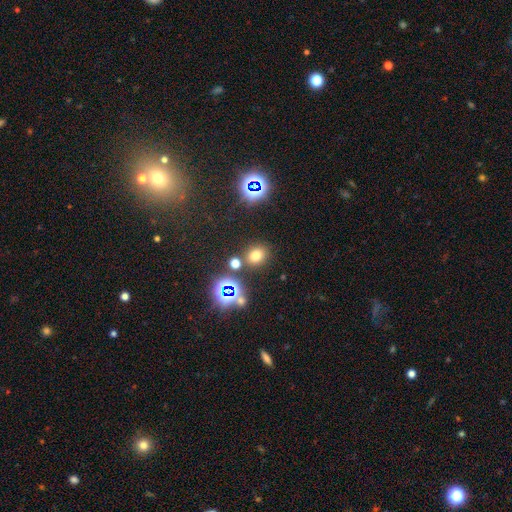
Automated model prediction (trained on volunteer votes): This is likely a smooth galaxy (66%). How rounded: likely round (68%). Merging: clearly none (80%).